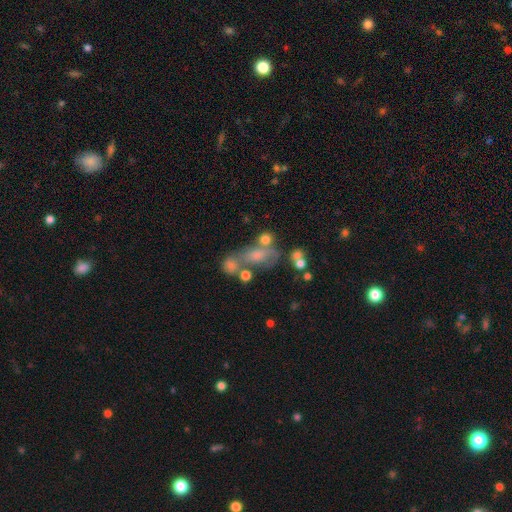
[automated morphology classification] smooth_or_featured: smooth (p=0.43) [alt: featured or disk p=0.37]
merging: merger (p=0.34) [alt: none p=0.32]